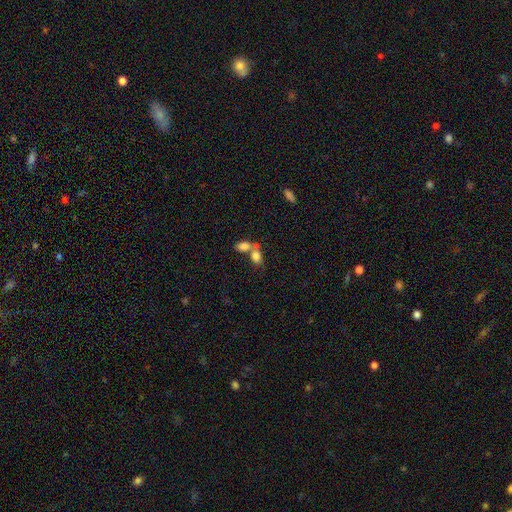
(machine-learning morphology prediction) Smooth or featured: smooth — 79% (featured or disk — 12%)
How rounded: in between — 79% (round — 19%)
Merging: merger — 62% (none — 26%)